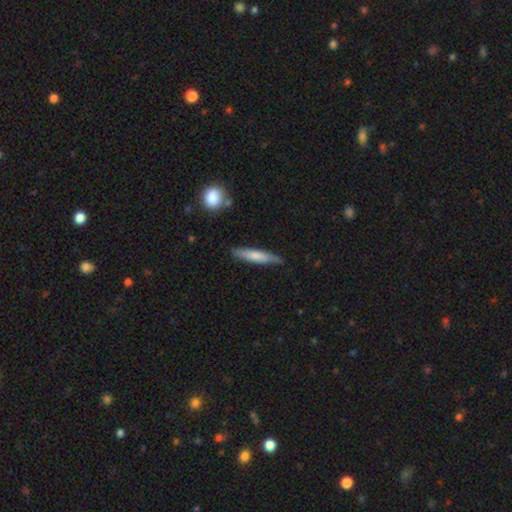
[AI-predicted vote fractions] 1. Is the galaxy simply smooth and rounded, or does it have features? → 67% smooth, 28% featured or disk, 5% star or artifact.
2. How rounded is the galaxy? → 88% cigar-shaped, 10% in between, 1% round.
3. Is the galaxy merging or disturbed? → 82% none, 14% minor disturbance, 2% major disturbance, 2% merger.